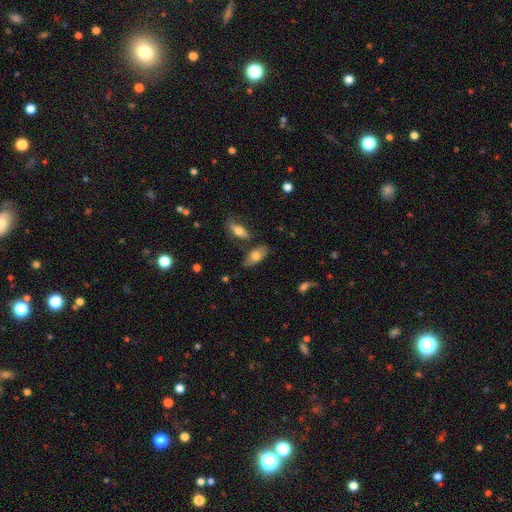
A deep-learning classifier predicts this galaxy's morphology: A smooth galaxy with no disk features (70%) that is in between round and cigar-shaped (89%).

Vote fractions:
- Smooth or featured? smooth: 70% / featured or disk: 23% / star or artifact: 7%
- How rounded? in between: 89% / cigar-shaped: 8% / round: 4%
- Merging? none: 70% / minor disturbance: 16% / merger: 9% / major disturbance: 5%